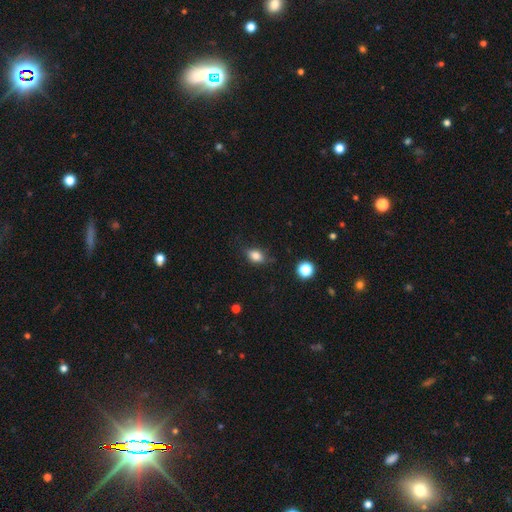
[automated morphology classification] smooth_or_featured: smooth (p=0.81) [alt: star or artifact p=0.10]
how_rounded: in between (p=0.75) [alt: round p=0.22]
merging: none (p=0.73) [alt: minor disturbance p=0.21]